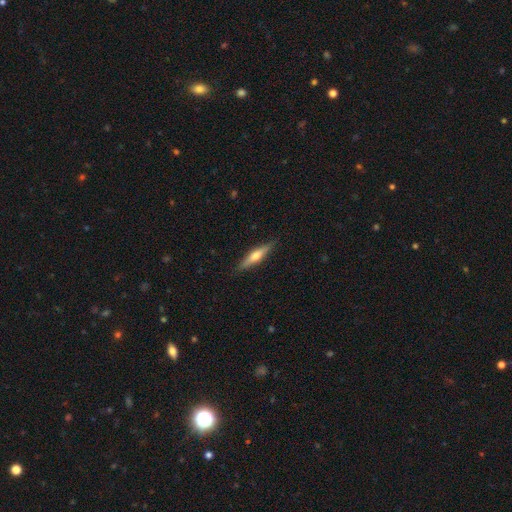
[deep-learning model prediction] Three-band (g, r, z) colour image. It shows a featured or disk galaxy (54%) viewed edge-on (95%) with a rounded central bulge (87%). Merging: none (89%).